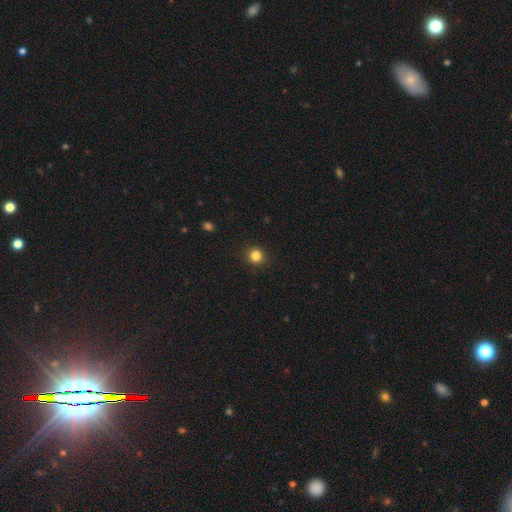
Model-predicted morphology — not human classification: Overall: smooth (83%). How rounded: round (89%). Merging: none (90%).